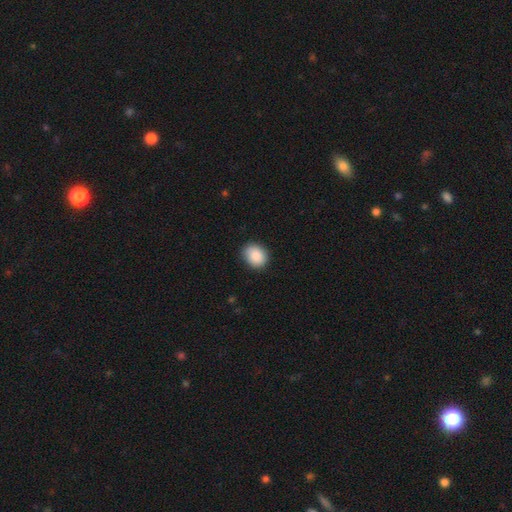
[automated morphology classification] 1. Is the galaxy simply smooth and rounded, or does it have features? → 89% smooth, 7% star or artifact, 4% featured or disk.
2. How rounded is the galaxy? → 50% in between, 49% round, 1% cigar-shaped.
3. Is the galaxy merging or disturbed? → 86% none, 11% minor disturbance, 2% major disturbance, 1% merger.